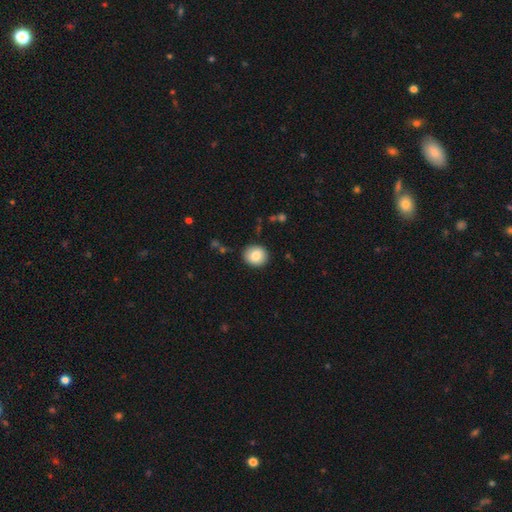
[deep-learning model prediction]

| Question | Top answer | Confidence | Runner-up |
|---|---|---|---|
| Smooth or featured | smooth | 84% | featured or disk (8%) |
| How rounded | round | 78% | in between (21%) |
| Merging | none | 89% | minor disturbance (8%) |